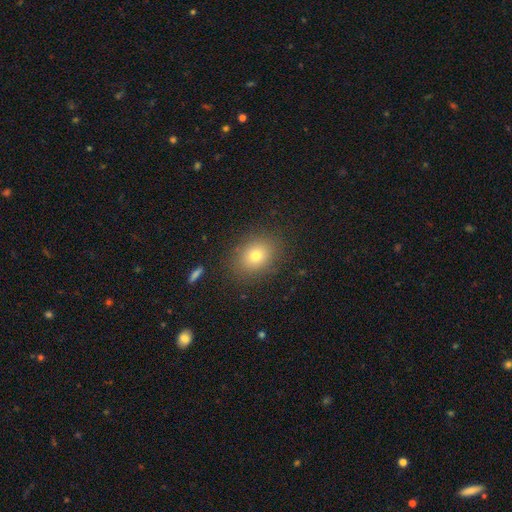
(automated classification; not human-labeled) A smooth galaxy with no disk features (76%) that is in between round and cigar-shaped (50%).

Vote fractions:
- Smooth or featured? smooth: 76% / star or artifact: 13% / featured or disk: 11%
- How rounded? in between: 50% / round: 49% / cigar-shaped: 1%
- Merging? none: 86% / minor disturbance: 9% / major disturbance: 3% / merger: 1%